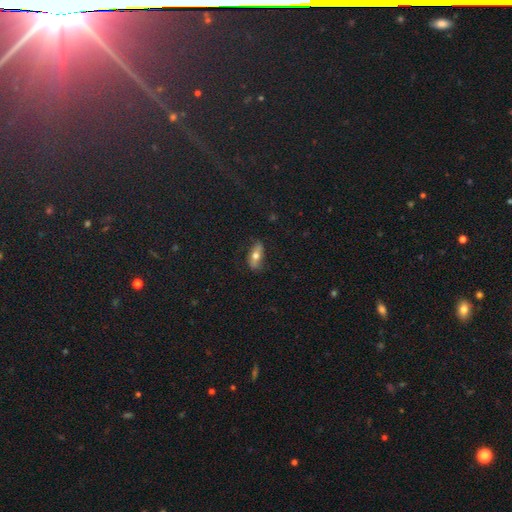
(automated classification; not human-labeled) smooth_or_featured: smooth (p=0.61) [alt: featured or disk p=0.31]
how_rounded: in between (p=0.76) [alt: cigar-shaped p=0.19]
merging: none (p=0.78) [alt: minor disturbance p=0.16]